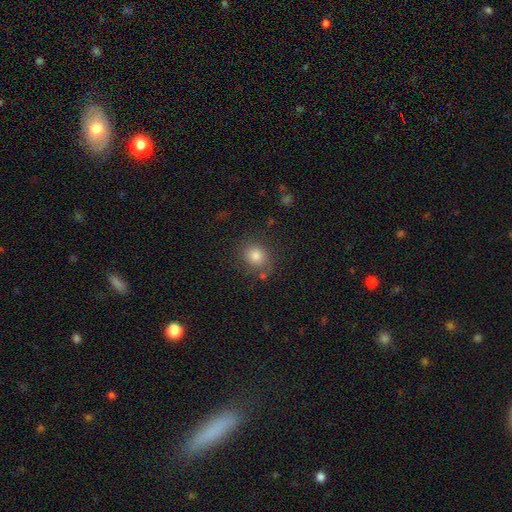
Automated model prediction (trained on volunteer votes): This appears to be a smooth galaxy with no disk features (81%) that is round (73%). Merging: none (79%).